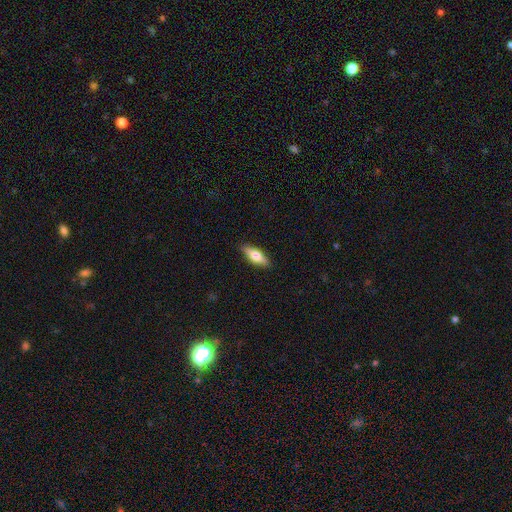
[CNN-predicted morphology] This is possibly a smooth galaxy (56%). How rounded: possibly in between (56%). Merging: clearly none (89%).